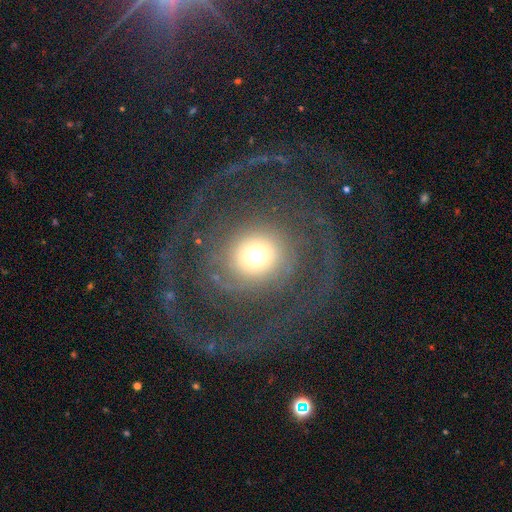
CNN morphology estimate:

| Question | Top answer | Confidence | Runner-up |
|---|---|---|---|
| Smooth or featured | smooth | 45% | featured or disk (36%) |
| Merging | none | 66% | major disturbance (20%) |